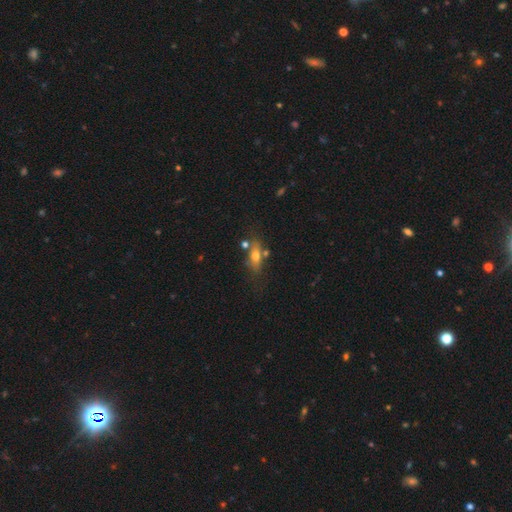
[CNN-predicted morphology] A smooth galaxy with no disk features (57%) that is in between round and cigar-shaped (63%). Merging: none (61%).